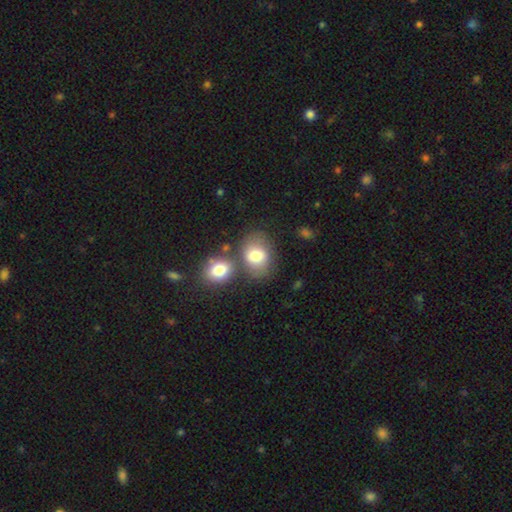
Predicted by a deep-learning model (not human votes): Smooth or featured? Predicted: smooth (p=0.76). How rounded? Predicted: in between (p=0.66). Merging? Predicted: none (p=0.54).